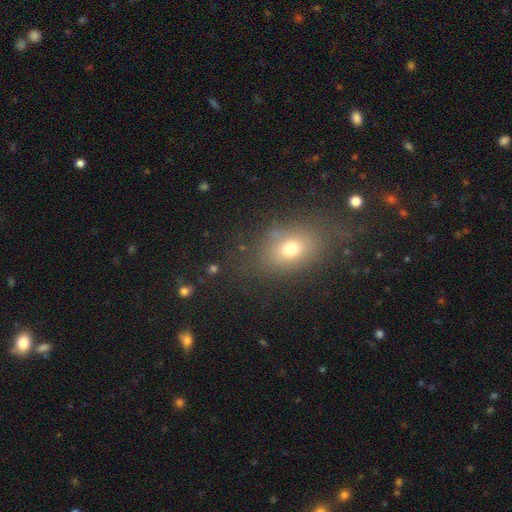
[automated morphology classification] smooth 62%, star or artifact 25%, featured or disk 13%. Down the decision tree: how rounded — in between (69%); merging — none (83%).